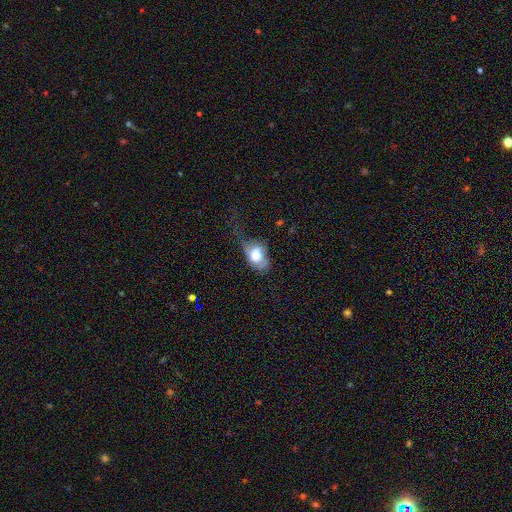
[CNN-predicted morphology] smooth_or_featured: smooth (p=0.62) [alt: featured or disk p=0.30]
how_rounded: in between (p=0.76) [alt: round p=0.22]
merging: major disturbance (p=0.48) [alt: minor disturbance p=0.29]